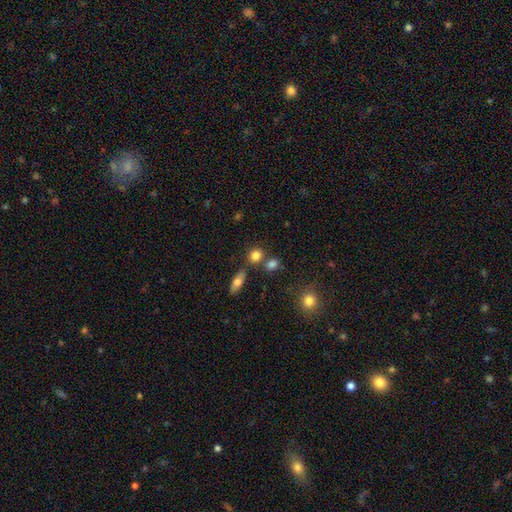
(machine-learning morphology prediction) Smooth or featured? Predicted: smooth (p=0.82). How rounded? Predicted: round (p=0.71). Merging? Predicted: none (p=0.66).